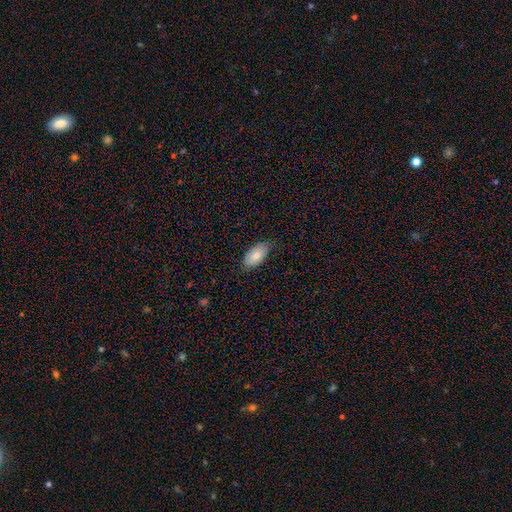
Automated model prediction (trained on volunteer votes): smooth-or-featured: smooth: 80% | featured or disk: 14% | star or artifact: 6%
  how-rounded: in between: 93% | cigar-shaped: 4% | round: 3%
  merging: none: 73% | minor disturbance: 23% | major disturbance: 3% | merger: 1%